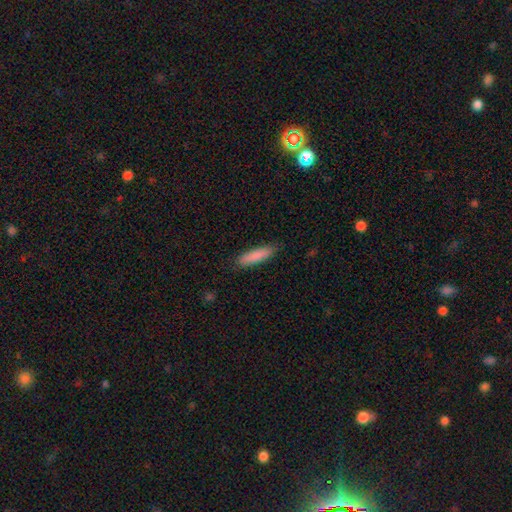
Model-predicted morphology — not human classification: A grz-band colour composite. It shows a smooth galaxy with no disk features (86%) that is cigar-shaped (73%). Merging: none (85%).